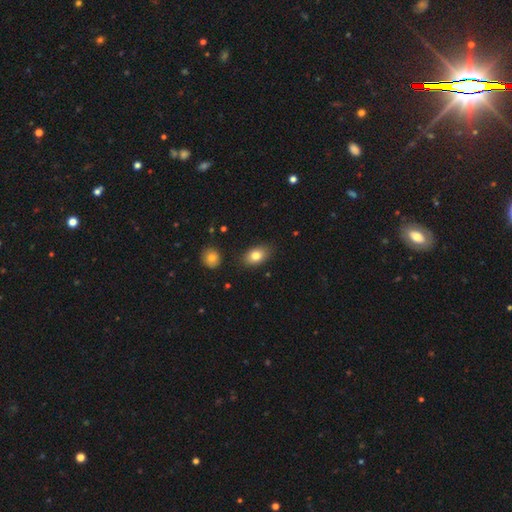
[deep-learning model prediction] This is clearly a smooth galaxy (80%). How rounded: clearly in between (85%). Merging: clearly none (84%).